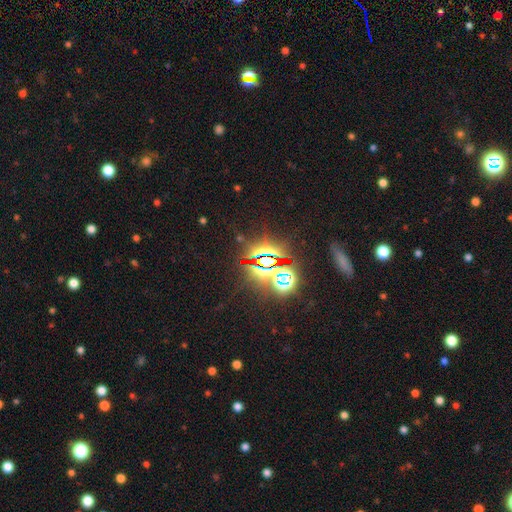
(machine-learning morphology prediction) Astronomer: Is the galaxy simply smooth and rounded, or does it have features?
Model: star or artifact — 82%.